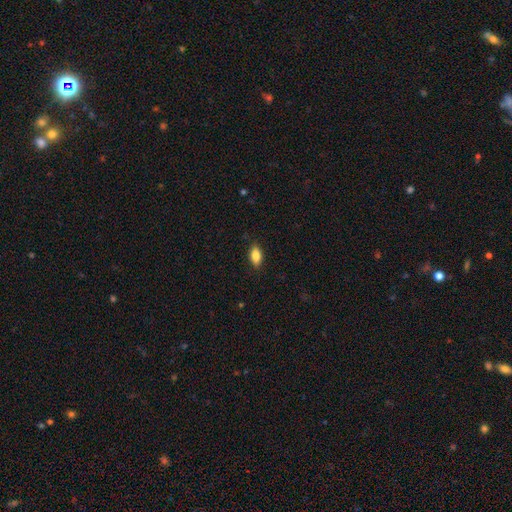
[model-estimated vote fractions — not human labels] The model was most divided on "smooth or featured": smooth: 84%, featured or disk: 8%, star or artifact: 7%. More confident: how rounded — in between (88%); merging — none (87%).